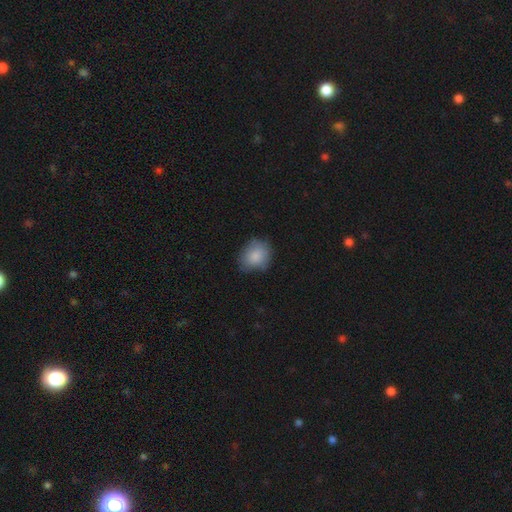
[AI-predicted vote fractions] Smooth or featured: smooth — 84% (featured or disk — 9%)
How rounded: round — 54% (in between — 45%)
Merging: none — 70% (minor disturbance — 24%)